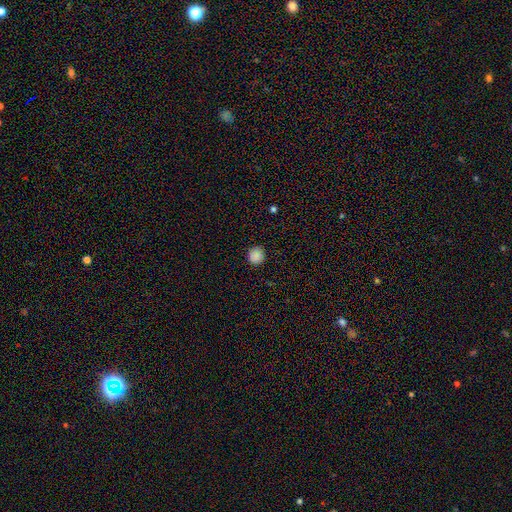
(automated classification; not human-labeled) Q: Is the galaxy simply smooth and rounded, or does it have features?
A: smooth — 87%.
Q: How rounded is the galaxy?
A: round — 91%.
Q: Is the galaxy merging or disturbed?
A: none — 90%.